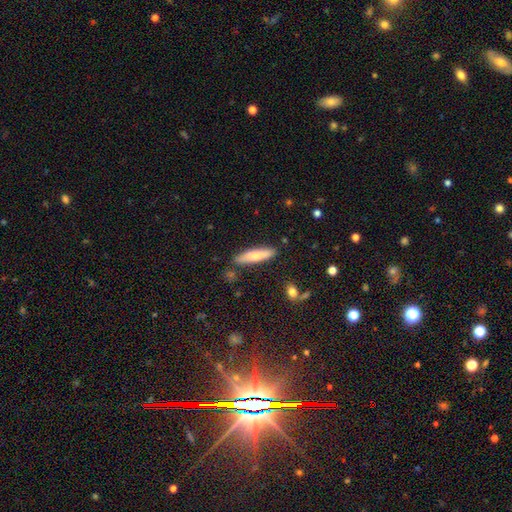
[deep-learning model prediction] A smooth galaxy with no disk features (66%) that is cigar-shaped (75%). Merging: none (84%).